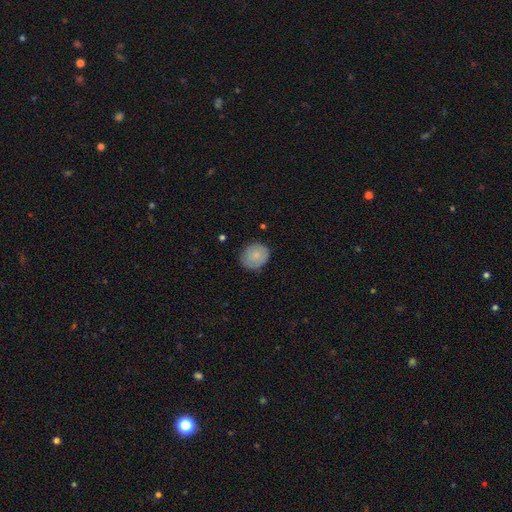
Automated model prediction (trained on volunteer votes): Overall: smooth (79%). How rounded: round (68%; in between 31%). Merging: none (78%).